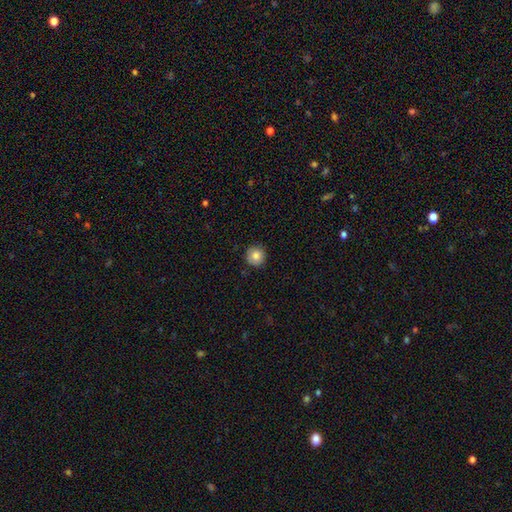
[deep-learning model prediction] Q: Smooth or featured?
A: smooth (82%); runner-up: star or artifact (9%)
Q: How rounded?
A: round (95%); runner-up: in between (4%)
Q: Merging?
A: none (89%); runner-up: minor disturbance (8%)